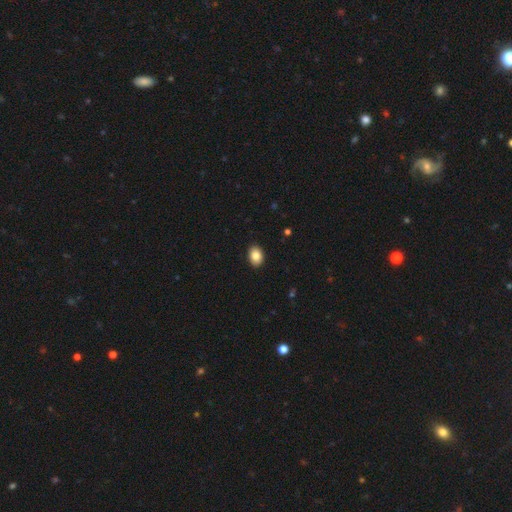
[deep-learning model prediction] A smooth galaxy with no disk features (86%) that is in between round and cigar-shaped (76%).

Vote fractions:
- Smooth or featured? smooth: 86% / star or artifact: 8% / featured or disk: 6%
- How rounded? in between: 76% / round: 23% / cigar-shaped: 1%
- Merging? none: 90% / minor disturbance: 7% / major disturbance: 2% / merger: 1%